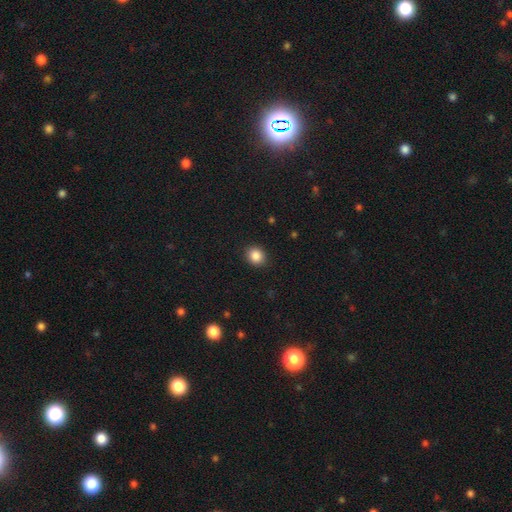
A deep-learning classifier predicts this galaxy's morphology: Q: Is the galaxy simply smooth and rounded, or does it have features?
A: smooth — 87%.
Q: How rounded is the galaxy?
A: round — 70%.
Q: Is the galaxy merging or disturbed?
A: none — 90%.